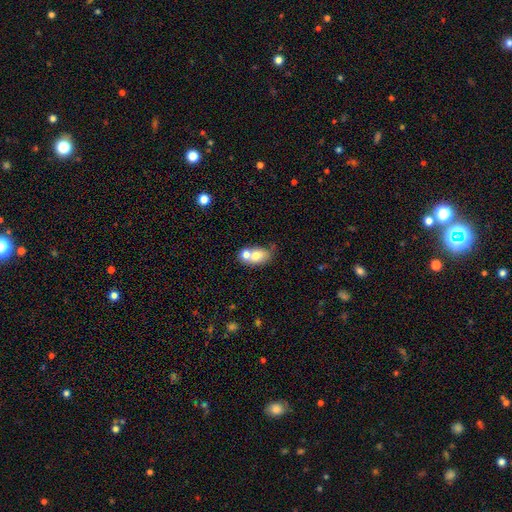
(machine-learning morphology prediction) The model was most divided on "merging": merger: 60%, none: 26%, minor disturbance: 9%, major disturbance: 4%. More confident: how rounded — in between (74%); smooth or featured — smooth (68%).